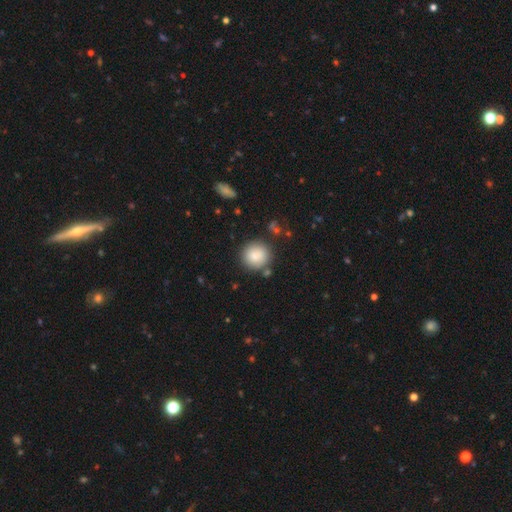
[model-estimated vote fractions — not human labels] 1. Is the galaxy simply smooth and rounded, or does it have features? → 85% smooth, 8% star or artifact, 7% featured or disk.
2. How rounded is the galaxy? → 92% round, 7% in between, 1% cigar-shaped.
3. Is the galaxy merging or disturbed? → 82% none, 10% minor disturbance, 5% merger, 3% major disturbance.